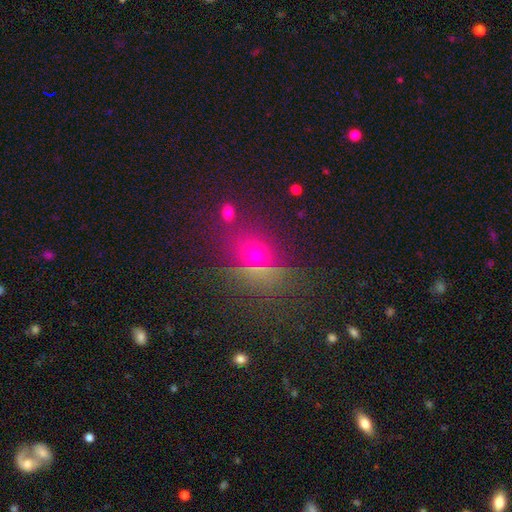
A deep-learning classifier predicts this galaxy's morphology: Smooth or featured?
  - smooth: 55% *
  - star or artifact: 33%
  - featured or disk: 12%
How rounded?
  - round: 59% *
  - in between: 37%
  - cigar-shaped: 4%
Merging?
  - none: 75% *
  - minor disturbance: 11%
  - merger: 9%
  - major disturbance: 5%